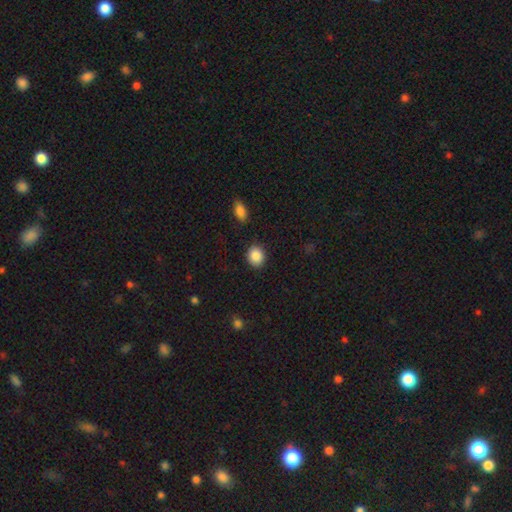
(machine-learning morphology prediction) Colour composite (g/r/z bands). It shows a smooth galaxy with no disk features (88%) that is round (65%). Merging: none (88%).